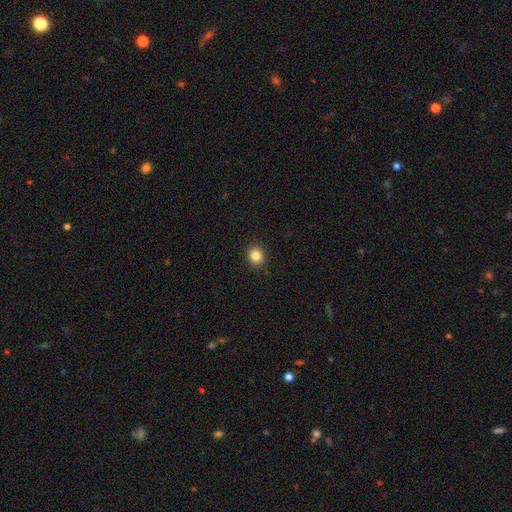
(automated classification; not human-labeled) This appears to be a smooth galaxy with no disk features (84%) that is round (84%). Merging: none (92%).